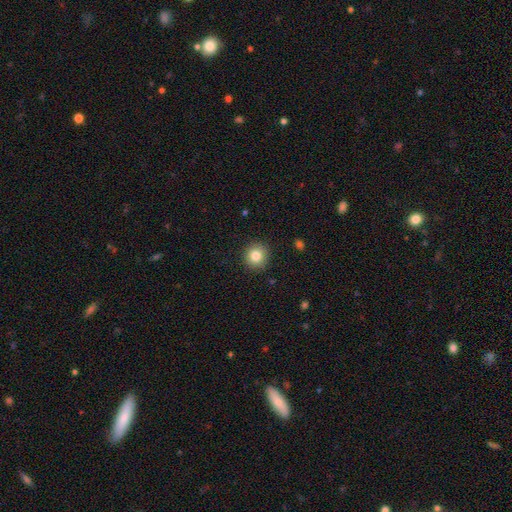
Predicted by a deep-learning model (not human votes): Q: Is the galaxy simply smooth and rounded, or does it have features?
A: smooth — 83%.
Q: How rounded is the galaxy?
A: round — 91%.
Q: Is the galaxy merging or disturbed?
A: none — 91%.